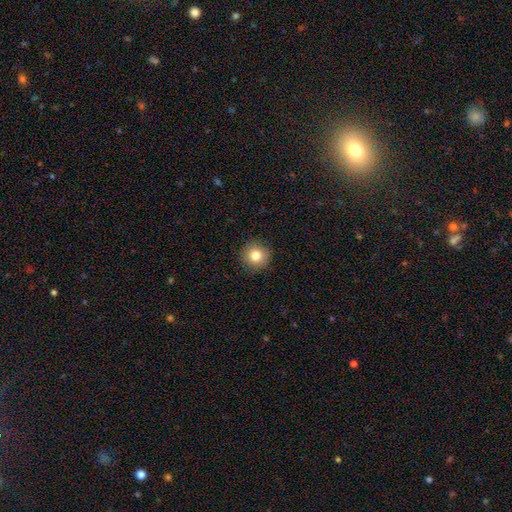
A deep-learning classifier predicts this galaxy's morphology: smooth 81%, star or artifact 11%, featured or disk 9%. Down the decision tree: how rounded — round (95%); merging — none (91%).